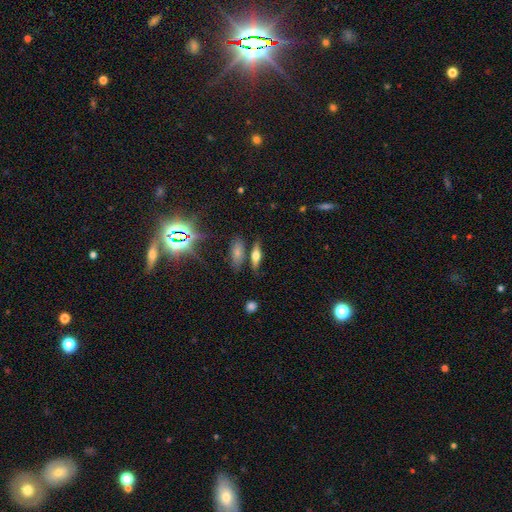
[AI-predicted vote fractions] smooth-or-featured: smooth: 51% | featured or disk: 37% | star or artifact: 13%
  how-rounded: cigar-shaped: 49% | in between: 46% | round: 4%
  merging: none: 70% | merger: 14% | minor disturbance: 12% | major disturbance: 4%